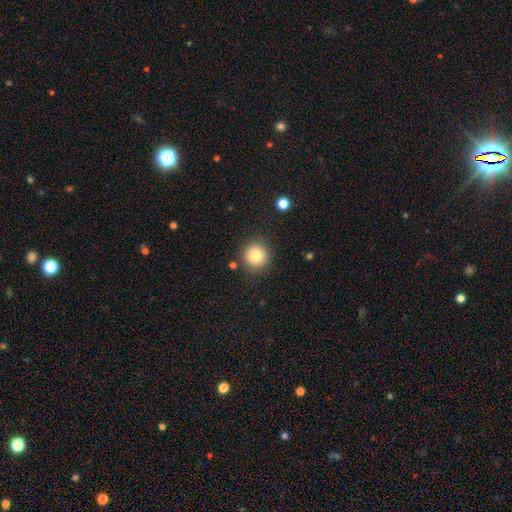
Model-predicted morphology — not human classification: smooth-or-featured: smooth: 82% | star or artifact: 11% | featured or disk: 8%
  how-rounded: round: 94% | in between: 5% | cigar-shaped: 1%
  merging: none: 87% | minor disturbance: 8% | major disturbance: 3% | merger: 3%